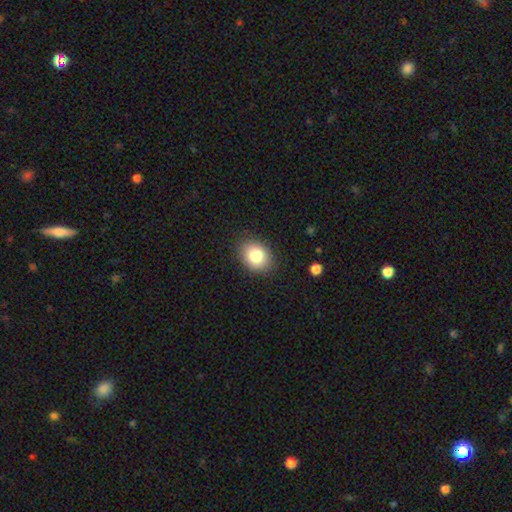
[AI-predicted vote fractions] smooth_or_featured: smooth (p=0.82) [alt: star or artifact p=0.09]
how_rounded: in between (p=0.53) [alt: round p=0.46]
merging: none (p=0.87) [alt: minor disturbance p=0.10]